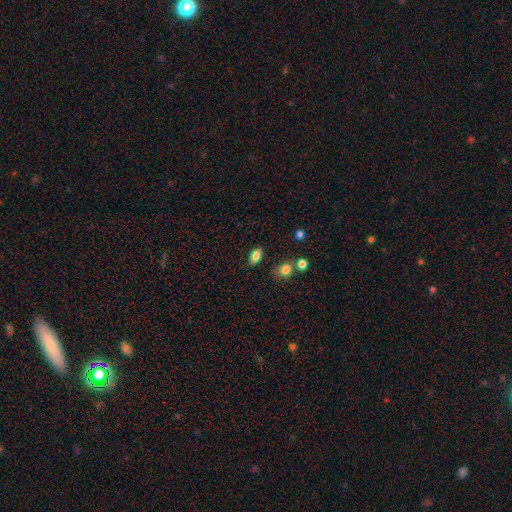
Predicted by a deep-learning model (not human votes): smooth 82%, star or artifact 10%, featured or disk 8%. Down the decision tree: how rounded — in between (86%); merging — none (80%).